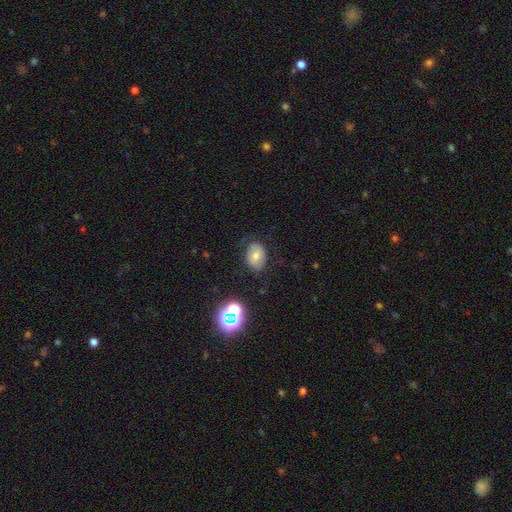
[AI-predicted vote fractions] The model was most divided on "smooth or featured": smooth: 62%, featured or disk: 25%, star or artifact: 13%. More confident: how rounded — in between (76%); merging — none (71%).